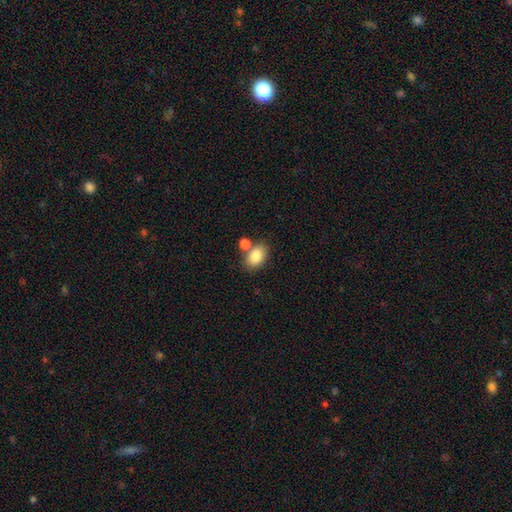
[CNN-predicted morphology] Overall: smooth (84%). How rounded: in between (83%). Merging: none (63%).